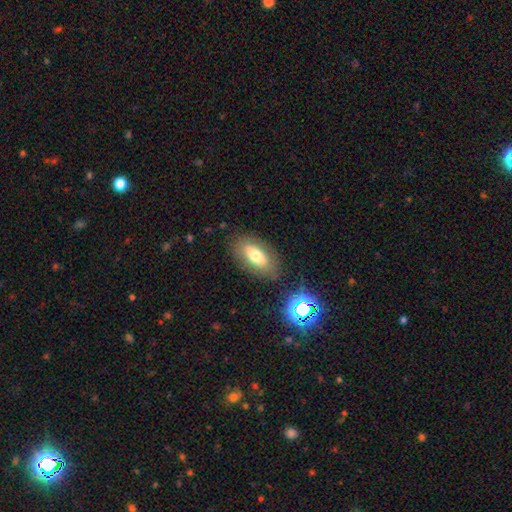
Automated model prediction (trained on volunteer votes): smooth_or_featured: smooth (p=0.64) [alt: featured or disk p=0.26]
how_rounded: in between (p=0.89) [alt: cigar-shaped p=0.06]
merging: none (p=0.79) [alt: minor disturbance p=0.13]